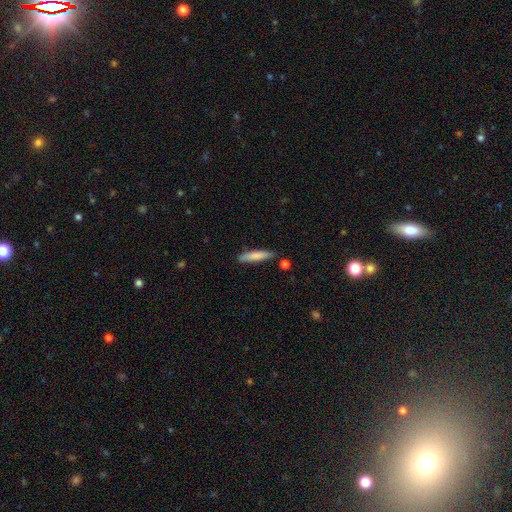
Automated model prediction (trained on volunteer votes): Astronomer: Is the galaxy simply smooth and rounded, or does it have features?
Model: smooth — 79%.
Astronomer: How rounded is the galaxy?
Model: cigar-shaped — 86%.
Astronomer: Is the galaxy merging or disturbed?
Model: none — 82%.